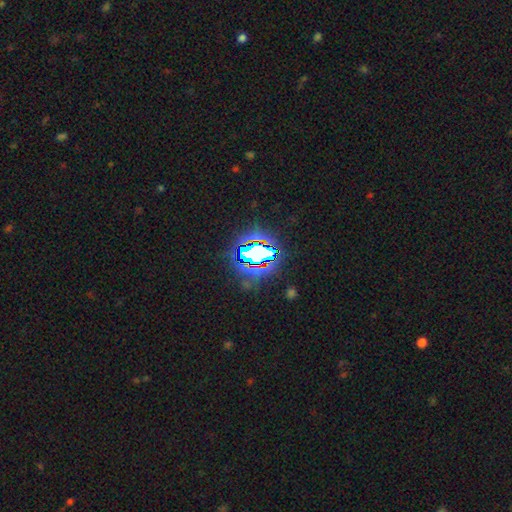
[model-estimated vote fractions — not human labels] Morphology: type=star or artifact (69%).